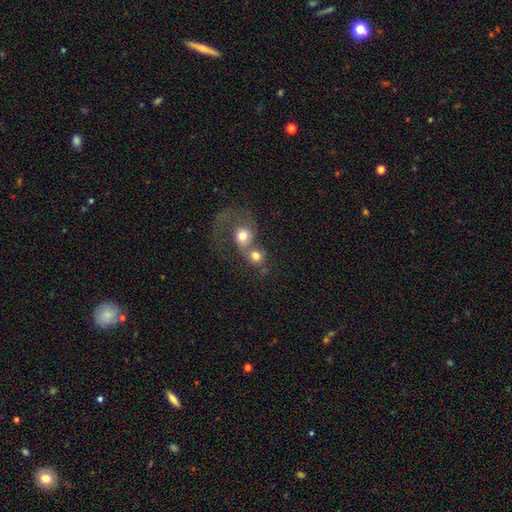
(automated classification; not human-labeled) A smooth galaxy with no disk features (68%) that is round (80%). Merging: merger (67%).